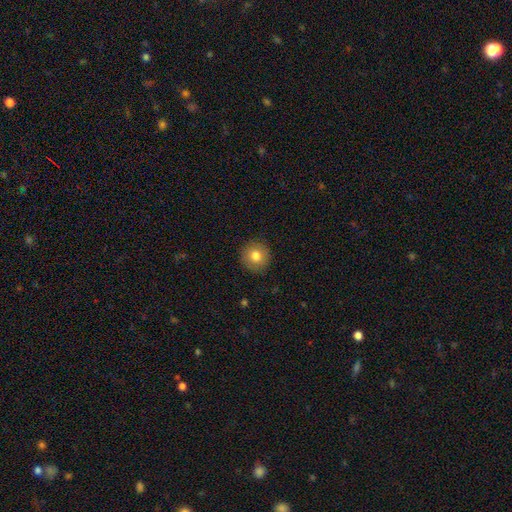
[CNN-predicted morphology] Smooth or featured?
  - smooth: 79% *
  - featured or disk: 11%
  - star or artifact: 9%
How rounded?
  - round: 93% *
  - in between: 6%
  - cigar-shaped: 1%
Merging?
  - none: 90% *
  - minor disturbance: 7%
  - major disturbance: 2%
  - merger: 1%